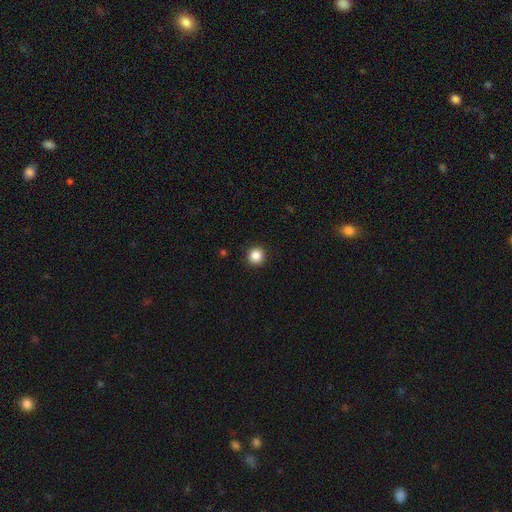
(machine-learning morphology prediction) A smooth galaxy with no disk features (86%) that is round (95%). Merging: none (93%).